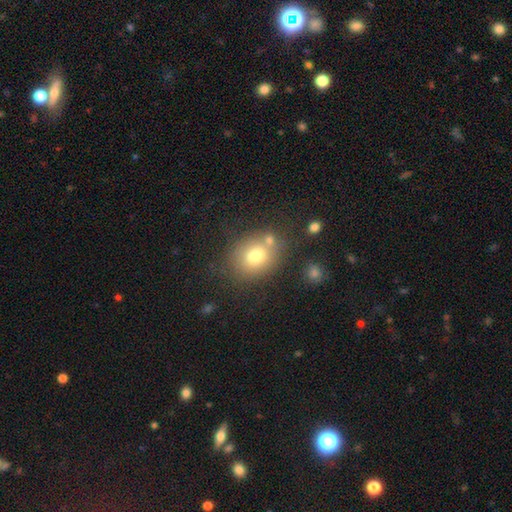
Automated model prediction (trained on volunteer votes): This is likely a smooth galaxy (74%). How rounded: possibly round (56%). Merging: likely none (65%).